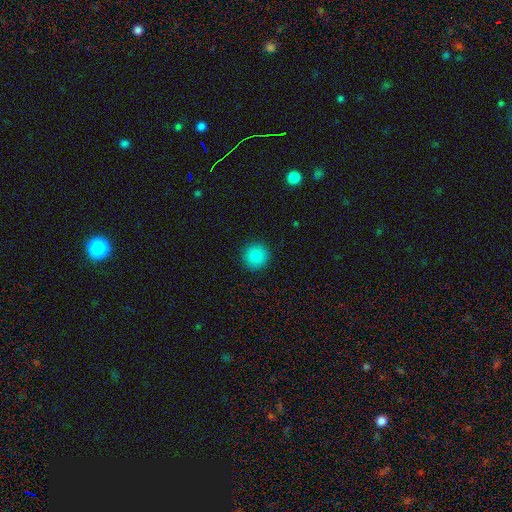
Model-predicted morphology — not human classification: The model was most divided on "smooth or featured": smooth: 84%, star or artifact: 10%, featured or disk: 6%. More confident: how rounded — round (95%); merging — none (92%).